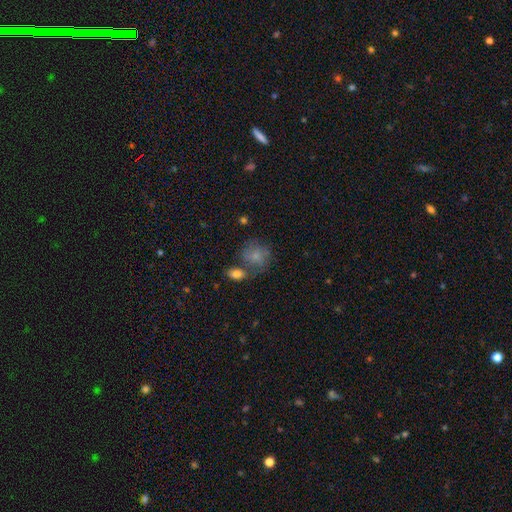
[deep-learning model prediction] This appears to be a smooth galaxy with no disk features (70%) that is round (69%). Merging: none (49%).